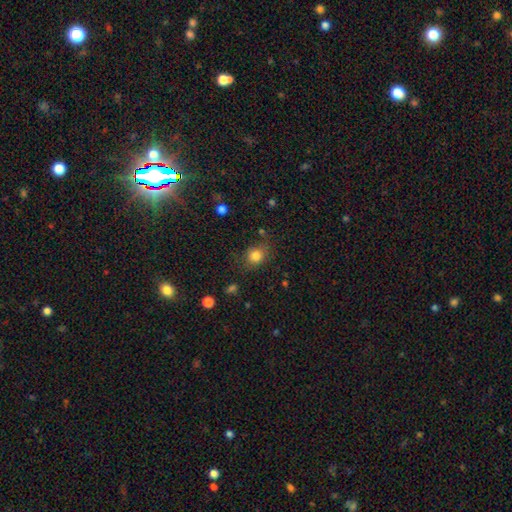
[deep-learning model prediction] A smooth galaxy with no disk features (82%) that is round (67%).

Vote fractions:
- Smooth or featured? smooth: 82% / star or artifact: 11% / featured or disk: 7%
- How rounded? round: 67% / in between: 32% / cigar-shaped: 1%
- Merging? none: 74% / minor disturbance: 17% / major disturbance: 6% / merger: 3%